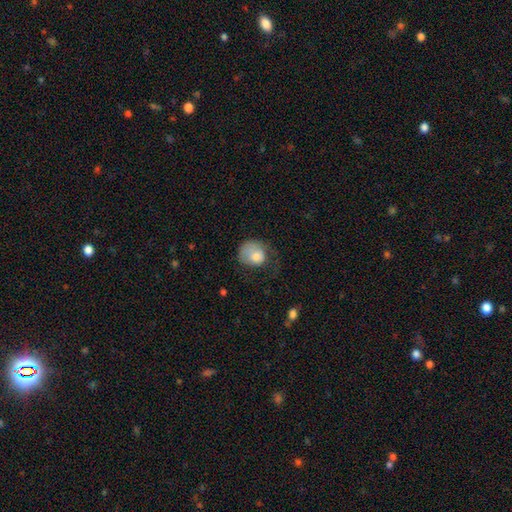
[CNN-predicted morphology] smooth-or-featured: smooth: 75% | featured or disk: 17% | star or artifact: 7%
  how-rounded: round: 63% | in between: 36% | cigar-shaped: 1%
  merging: major disturbance: 35% (tied) | none: 35% (tied) | minor disturbance: 28% | merger: 2%